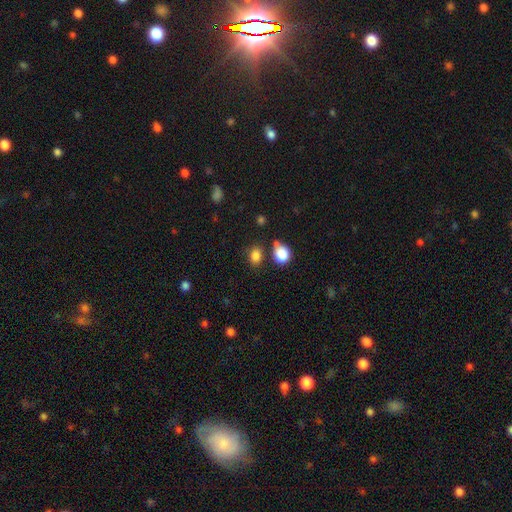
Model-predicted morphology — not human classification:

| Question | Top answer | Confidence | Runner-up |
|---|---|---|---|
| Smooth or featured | smooth | 84% | star or artifact (11%) |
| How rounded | in between | 59% | round (40%) |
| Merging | none | 70% | minor disturbance (14%) |